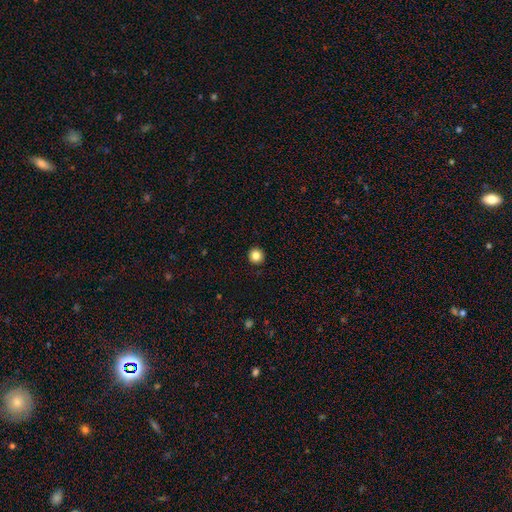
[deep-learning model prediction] Smooth or featured? Predicted: smooth (p=0.85). How rounded? Predicted: round (p=0.95). Merging? Predicted: none (p=0.93).